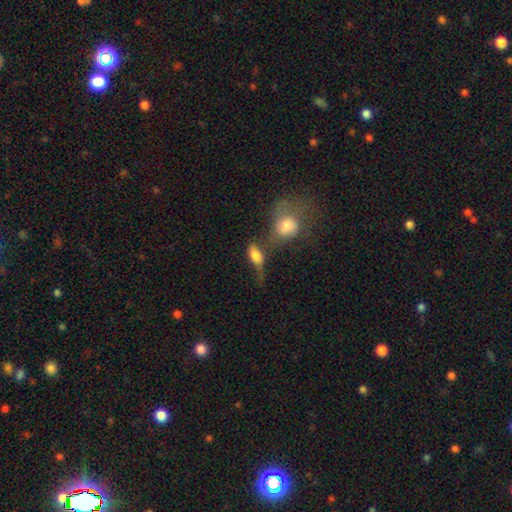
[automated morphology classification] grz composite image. It shows a smooth galaxy with no disk features (69%) that is in between round and cigar-shaped (78%). Merging: merger (37%).